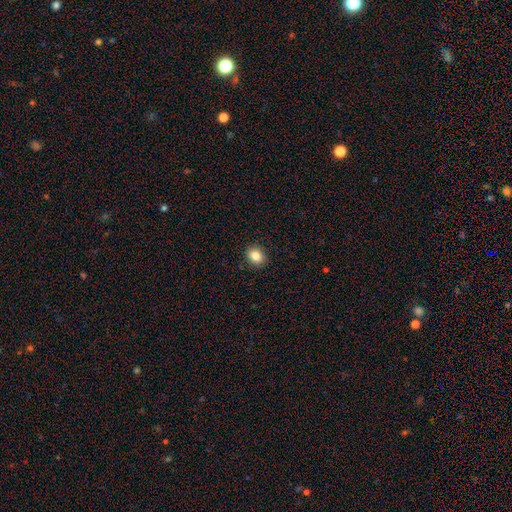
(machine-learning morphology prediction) The model was most divided on "how rounded": round: 55%, in between: 44%, cigar-shaped: 1%. More confident: merging — none (90%); smooth or featured — smooth (83%).